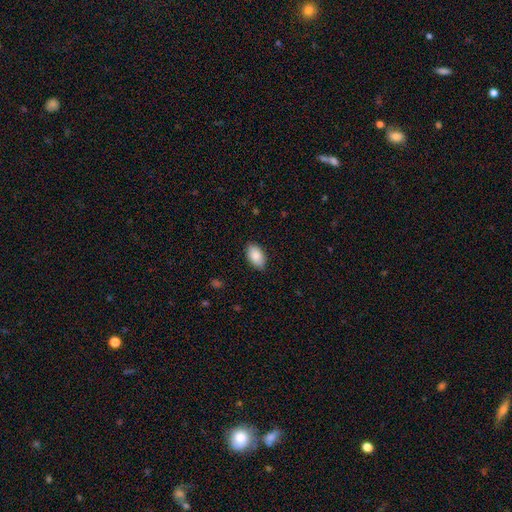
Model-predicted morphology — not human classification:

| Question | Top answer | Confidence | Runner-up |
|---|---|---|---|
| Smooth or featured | smooth | 88% | star or artifact (6%) |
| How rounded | in between | 94% | round (4%) |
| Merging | none | 86% | minor disturbance (11%) |